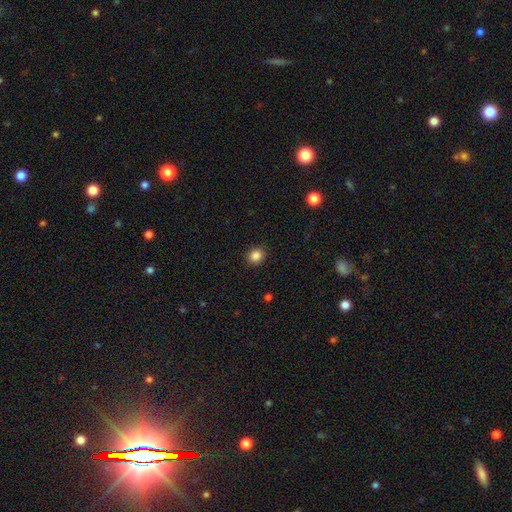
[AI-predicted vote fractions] Smooth or featured: smooth — 86% (star or artifact — 11%)
How rounded: round — 77% (in between — 22%)
Merging: none — 90% (minor disturbance — 7%)